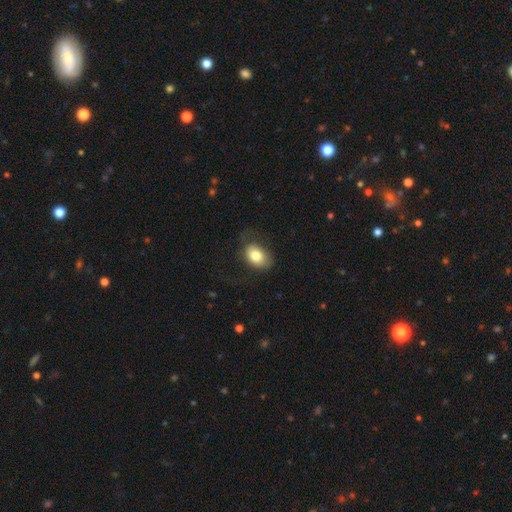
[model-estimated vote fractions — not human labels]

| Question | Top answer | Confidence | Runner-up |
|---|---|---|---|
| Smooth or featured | smooth | 79% | featured or disk (13%) |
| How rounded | in between | 78% | round (21%) |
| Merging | none | 58% | minor disturbance (24%) |